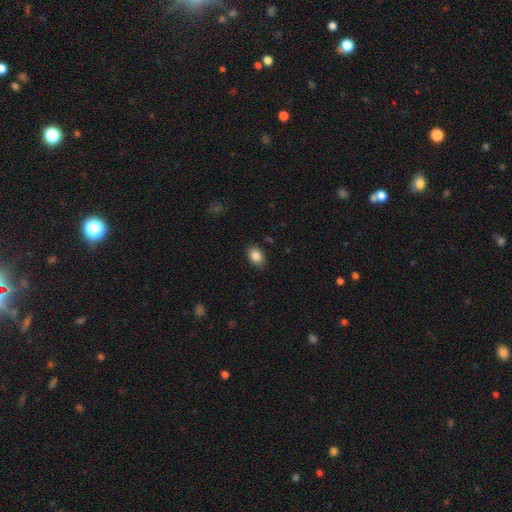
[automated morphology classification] Smooth or featured? Predicted: smooth (p=0.87). How rounded? Predicted: in between (p=0.82). Merging? Predicted: none (p=0.86).